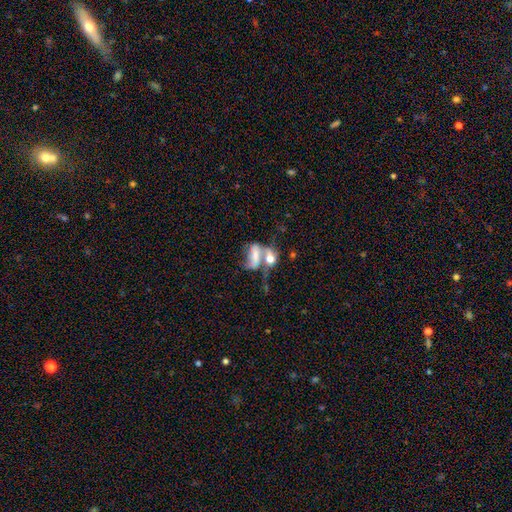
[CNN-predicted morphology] Smooth or featured? featured or disk (45%)
Merging? merger (62%)